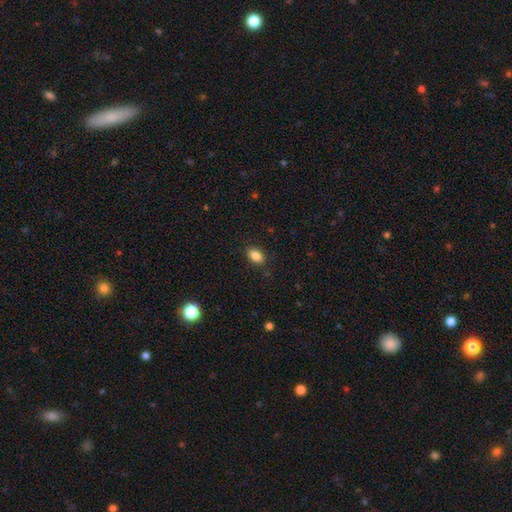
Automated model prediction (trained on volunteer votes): A smooth galaxy with no disk features (85%) that is in between round and cigar-shaped (86%). Merging: none (87%).